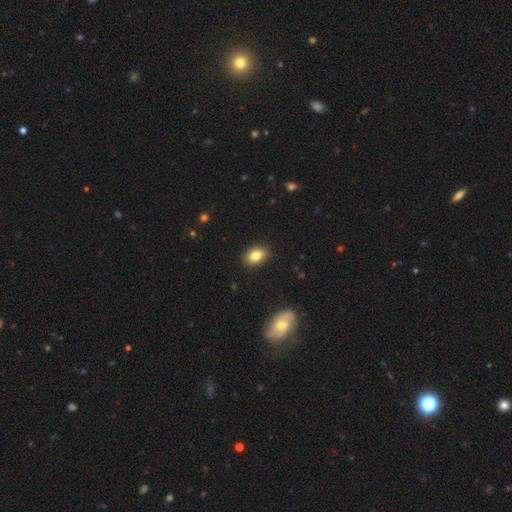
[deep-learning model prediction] This is clearly a smooth galaxy (83%). How rounded: clearly in between (87%). Merging: clearly none (89%).